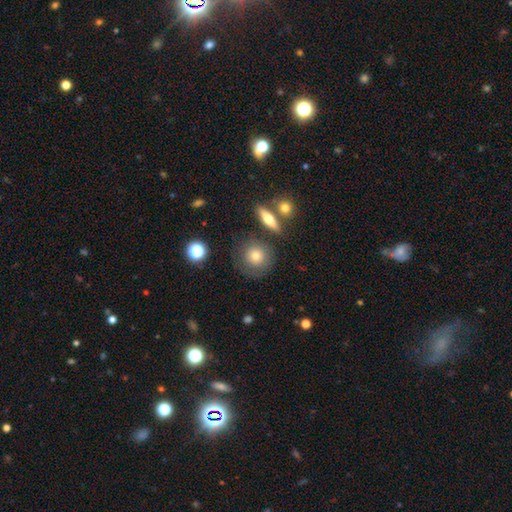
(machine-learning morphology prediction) The model was most divided on "smooth or featured": smooth: 67%, featured or disk: 22%, star or artifact: 11%. More confident: how rounded — round (87%); merging — none (74%).